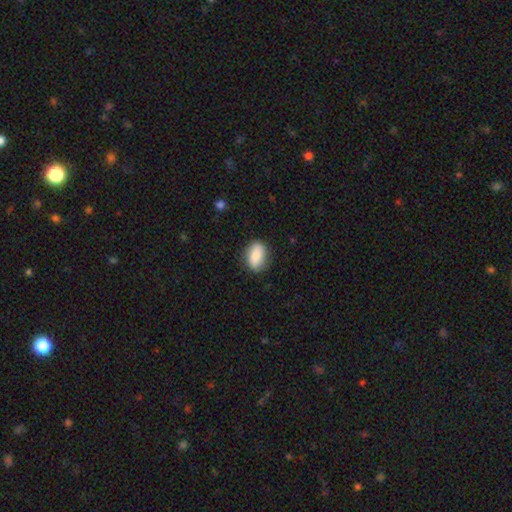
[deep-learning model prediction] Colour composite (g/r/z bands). It shows a smooth galaxy with no disk features (80%) that is in between round and cigar-shaped (83%). Merging: none (82%).